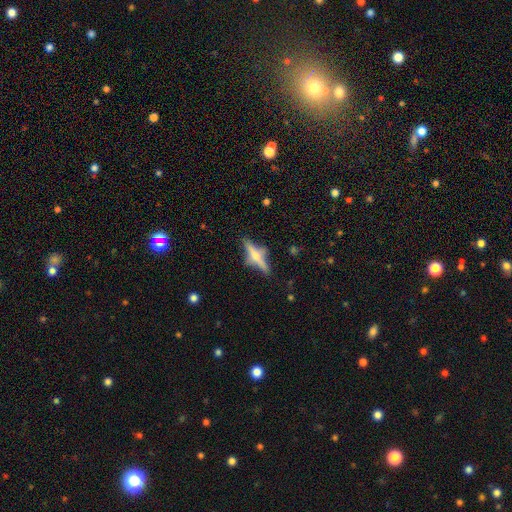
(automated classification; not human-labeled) smooth_or_featured: featured or disk (p=0.56) [alt: smooth p=0.34]
disk_edge_on: yes (p=0.91) [alt: no p=0.09]
edge_on_bulge: rounded (p=0.83) [alt: none p=0.10]
merging: none (p=0.71) [alt: minor disturbance p=0.15]